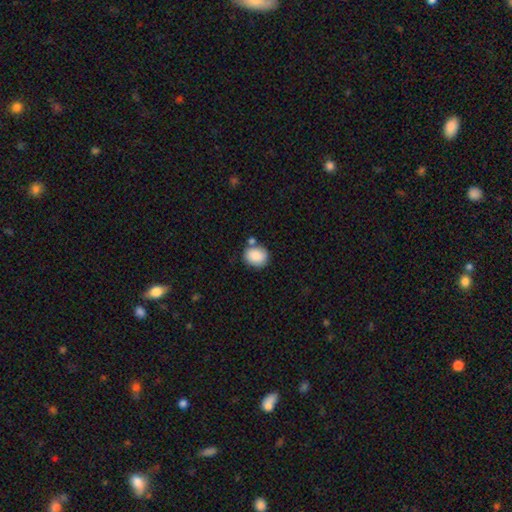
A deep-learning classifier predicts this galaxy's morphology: This appears to be a smooth galaxy with no disk features (88%) that is round (65%). Merging: none (66%).